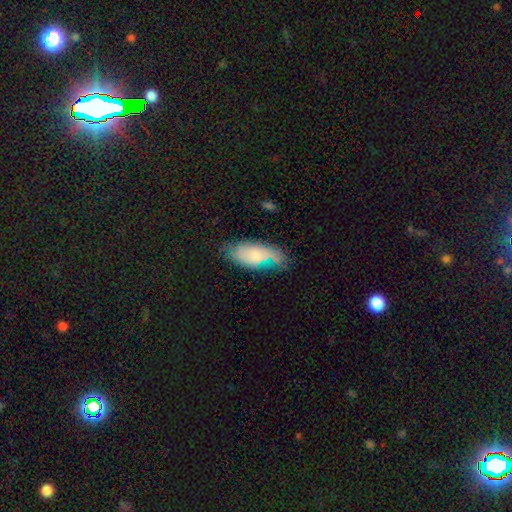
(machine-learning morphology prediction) This is likely a smooth galaxy (61%). How rounded: clearly in between (87%). Merging: possibly none (48%).